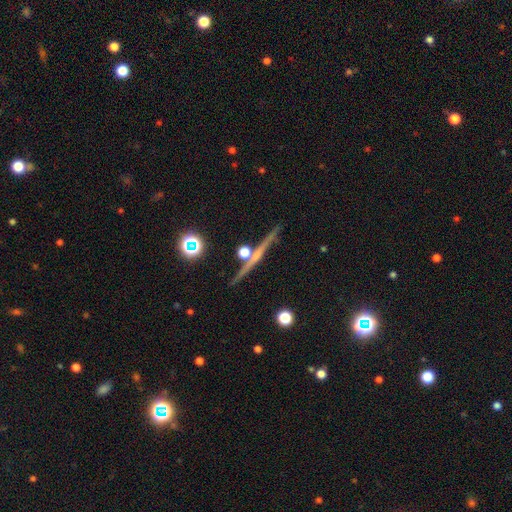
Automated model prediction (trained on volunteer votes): featured or disk 72%, smooth 17%, star or artifact 11%. Down the decision tree: edge-on disk — yes (97%); edge-on bulge — rounded (47%); merging — none (85%).